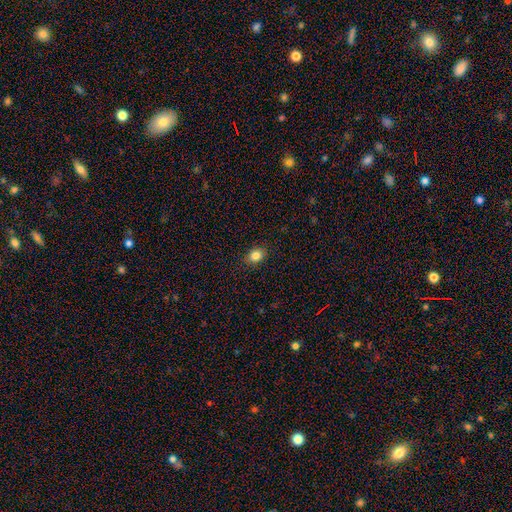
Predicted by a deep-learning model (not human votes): A smooth galaxy with no disk features (84%) that is in between round and cigar-shaped (55%).

Vote fractions:
- Smooth or featured? smooth: 84% / star or artifact: 10% / featured or disk: 6%
- How rounded? in between: 55% / round: 44% / cigar-shaped: 1%
- Merging? none: 87% / minor disturbance: 10% / major disturbance: 2% / merger: 1%